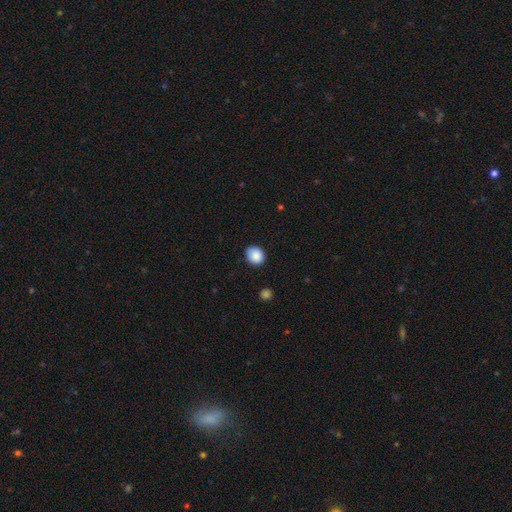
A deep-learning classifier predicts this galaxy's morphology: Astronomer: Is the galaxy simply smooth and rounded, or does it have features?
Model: smooth — 88%.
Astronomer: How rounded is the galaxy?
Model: round — 66%.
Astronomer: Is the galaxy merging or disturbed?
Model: none — 82%.